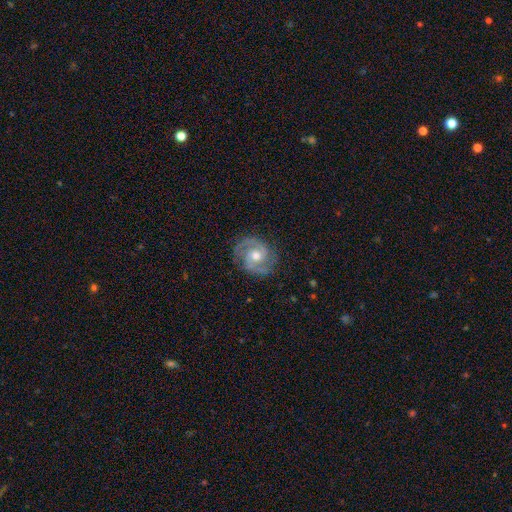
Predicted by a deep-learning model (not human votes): Q: Smooth or featured?
A: featured or disk (89%); runner-up: smooth (6%)
Q: Edge-on disk?
A: no (98%); runner-up: yes (2%)
Q: Bar?
A: no (53%); runner-up: weak (38%)
Q: Spiral arms?
A: yes (98%); runner-up: no (2%)
Q: Spiral winding?
A: medium (54%); runner-up: tight (37%)
Q: Spiral arm count?
A: 2 (90%); runner-up: 3 (3%)
Q: Bulge size?
A: moderate (74%); runner-up: small (14%)
Q: Merging?
A: none (82%); runner-up: minor disturbance (13%)